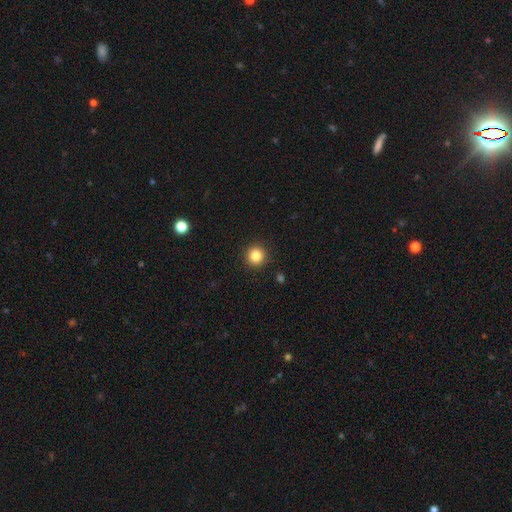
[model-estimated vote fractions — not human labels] A smooth galaxy with no disk features (85%) that is round (94%). Merging: none (92%).